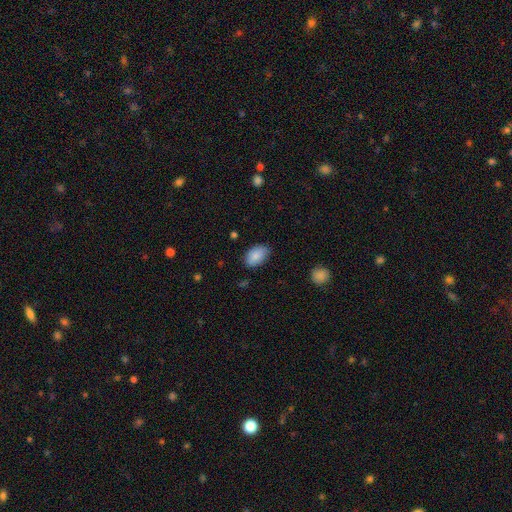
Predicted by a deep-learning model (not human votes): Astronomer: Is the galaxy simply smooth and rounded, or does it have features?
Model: smooth — 88%.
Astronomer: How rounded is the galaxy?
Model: in between — 90%.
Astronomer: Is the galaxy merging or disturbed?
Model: none — 80%.